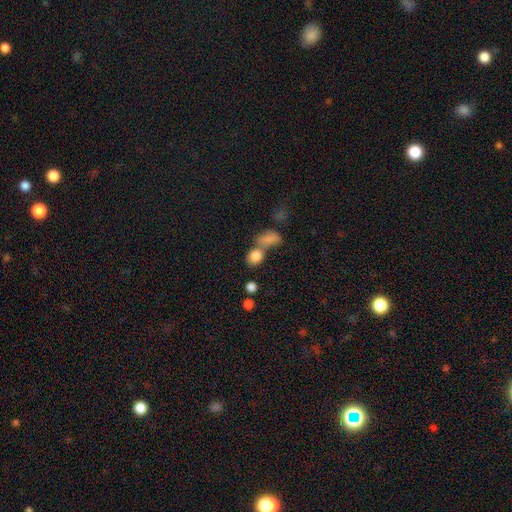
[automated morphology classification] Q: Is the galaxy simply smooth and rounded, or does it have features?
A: smooth — 83%.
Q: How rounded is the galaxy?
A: round — 52%.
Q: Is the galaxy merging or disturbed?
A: merger — 49%.